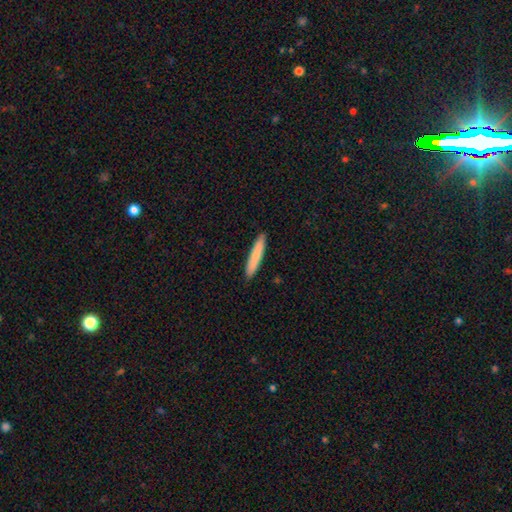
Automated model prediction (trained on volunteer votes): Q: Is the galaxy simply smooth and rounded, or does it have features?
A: smooth — 81%.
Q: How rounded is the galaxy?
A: cigar-shaped — 92%.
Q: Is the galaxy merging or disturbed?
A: none — 91%.